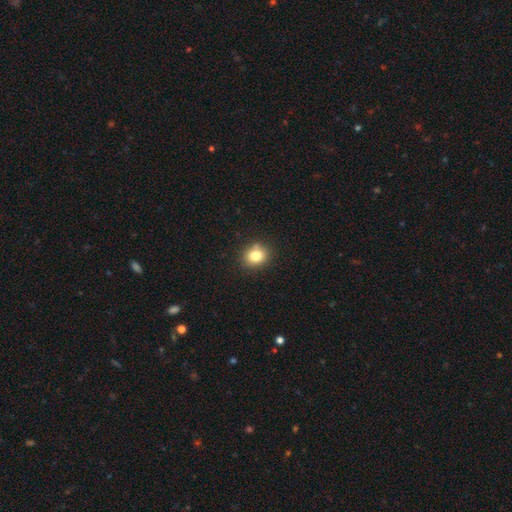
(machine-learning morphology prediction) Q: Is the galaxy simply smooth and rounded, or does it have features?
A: smooth — 80%.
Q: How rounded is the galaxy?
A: round — 66%.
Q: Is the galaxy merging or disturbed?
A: none — 82%.